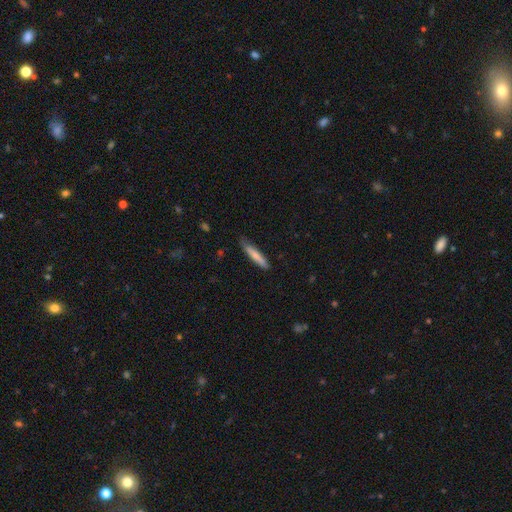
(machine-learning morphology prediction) Smooth or featured? Predicted: smooth (p=0.75). How rounded? Predicted: cigar-shaped (p=0.91). Merging? Predicted: none (p=0.76).